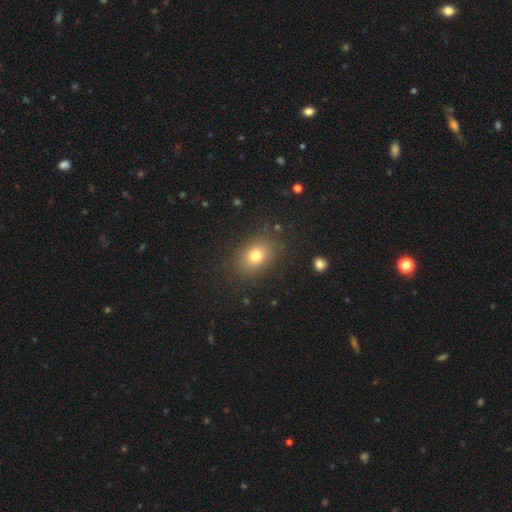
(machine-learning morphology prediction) Smooth or featured? Predicted: smooth (p=0.77). How rounded? Predicted: in between (p=0.65). Merging? Predicted: none (p=0.85).